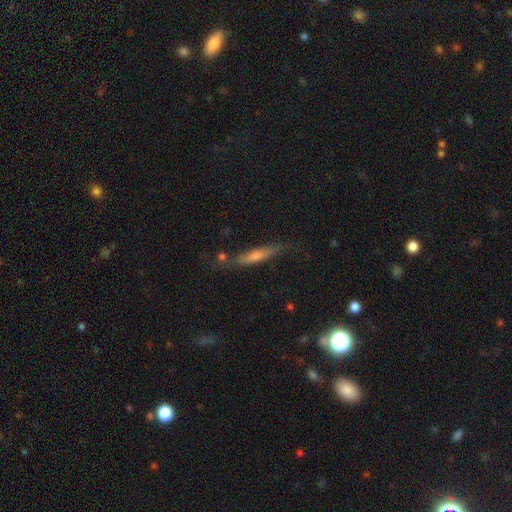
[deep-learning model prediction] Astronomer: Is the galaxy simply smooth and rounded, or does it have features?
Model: featured or disk — 48% (runner-up: smooth, 43%).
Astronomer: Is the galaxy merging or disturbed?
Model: none — 77%.